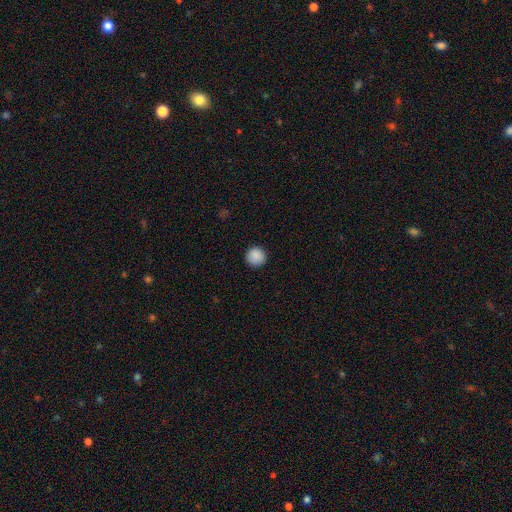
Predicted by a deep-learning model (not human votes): A smooth galaxy with no disk features (89%) that is round (95%).

Vote fractions:
- Smooth or featured? smooth: 89% / star or artifact: 8% / featured or disk: 3%
- How rounded? round: 95% / in between: 4% / cigar-shaped: 1%
- Merging? none: 92% / minor disturbance: 6% / major disturbance: 2% / merger: 1%